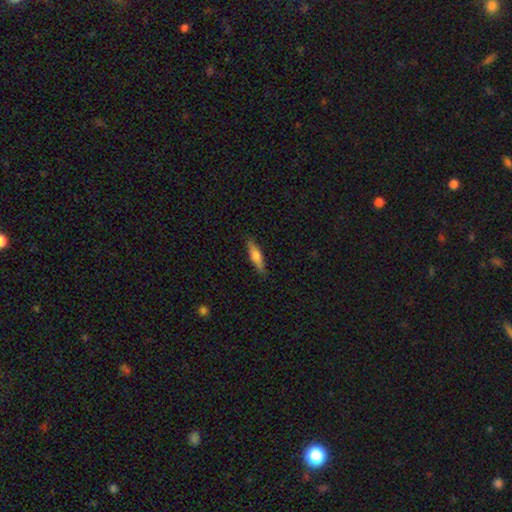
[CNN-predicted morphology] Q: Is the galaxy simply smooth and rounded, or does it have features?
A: smooth — 61%.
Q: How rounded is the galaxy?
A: cigar-shaped — 71%.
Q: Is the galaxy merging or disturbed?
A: none — 88%.